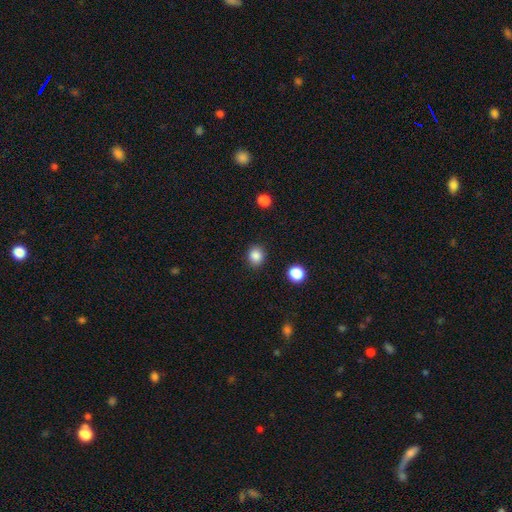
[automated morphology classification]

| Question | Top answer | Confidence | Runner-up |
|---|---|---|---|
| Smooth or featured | smooth | 86% | star or artifact (11%) |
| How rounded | round | 78% | in between (21%) |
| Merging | none | 89% | minor disturbance (7%) |